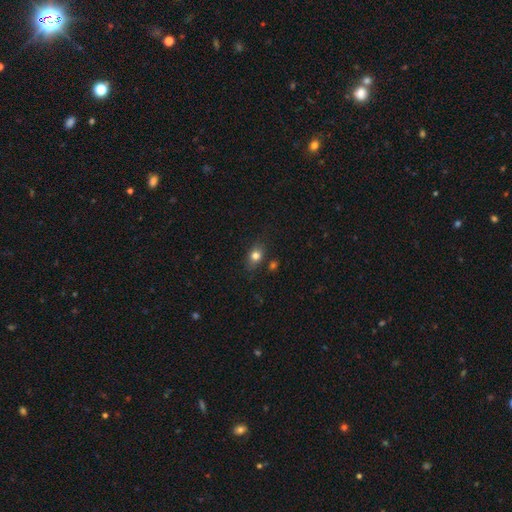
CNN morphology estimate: A smooth galaxy with no disk features (78%) that is in between round and cigar-shaped (65%).

Vote fractions:
- Smooth or featured? smooth: 78% / star or artifact: 11% / featured or disk: 11%
- How rounded? in between: 65% / round: 31% / cigar-shaped: 3%
- Merging? none: 77% / minor disturbance: 15% / merger: 4% / major disturbance: 3%